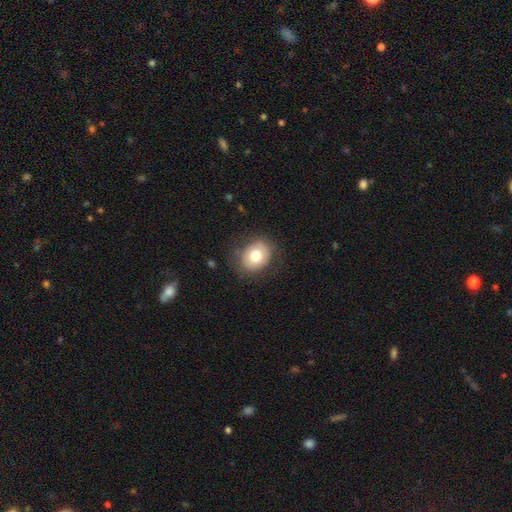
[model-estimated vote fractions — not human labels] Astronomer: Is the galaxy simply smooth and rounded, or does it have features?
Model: smooth — 74%.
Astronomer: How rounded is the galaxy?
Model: round — 54% (runner-up: in between, 45%).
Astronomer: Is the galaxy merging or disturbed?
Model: none — 79%.